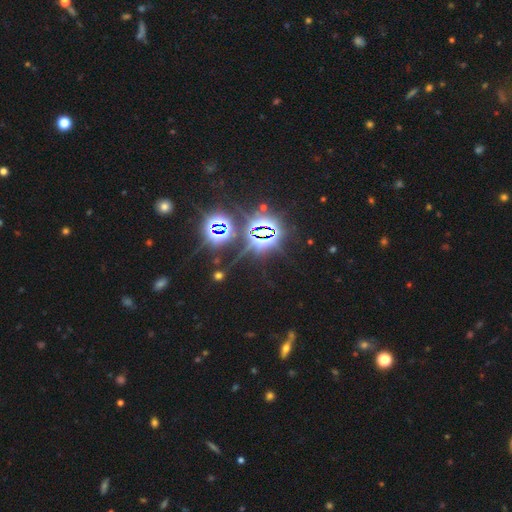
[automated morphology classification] The model was most divided on "smooth or featured": star or artifact: 81%, smooth: 11%, featured or disk: 8%.